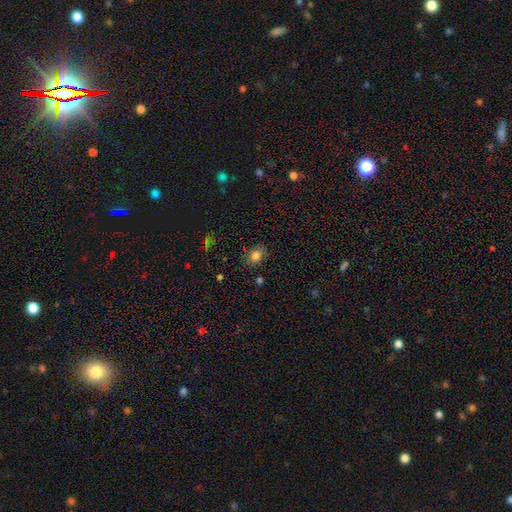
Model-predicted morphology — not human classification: smooth 80%, star or artifact 14%, featured or disk 6%. Down the decision tree: how rounded — in between (55%); merging — none (80%).